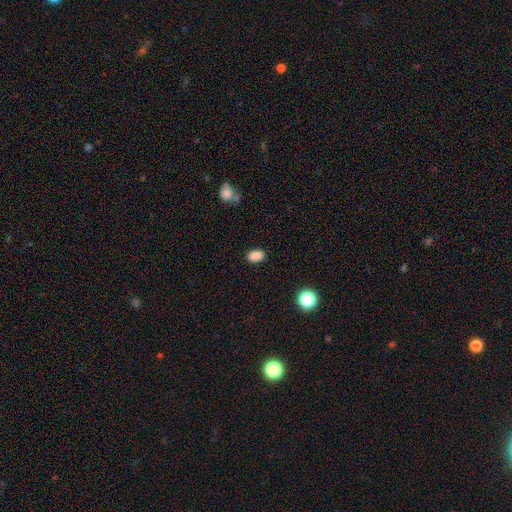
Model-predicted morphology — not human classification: This appears to be a smooth galaxy with no disk features (87%) that is in between round and cigar-shaped (87%). Merging: none (87%).